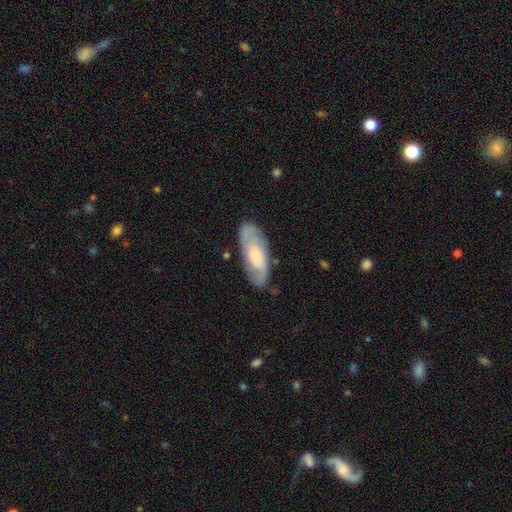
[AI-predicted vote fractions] A featured or disk galaxy (61%) with no bar (65%), spiral arms (85%) and a moderate central bulge (38%). Merging: none (80%).